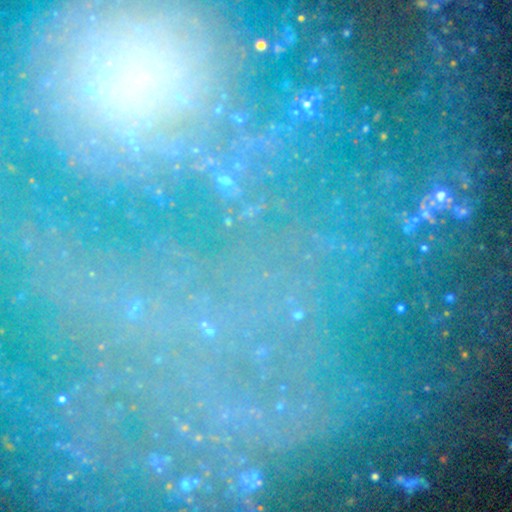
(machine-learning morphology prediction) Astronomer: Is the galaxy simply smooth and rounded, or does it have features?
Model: star or artifact — 58%.